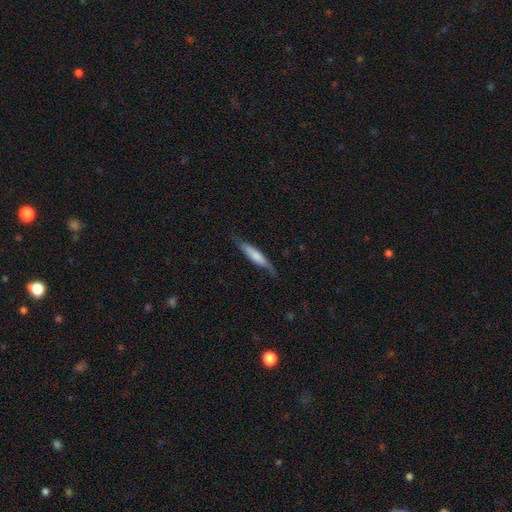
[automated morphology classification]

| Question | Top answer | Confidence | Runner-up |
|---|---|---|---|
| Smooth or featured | smooth | 59% | featured or disk (35%) |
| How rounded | cigar-shaped | 82% | in between (16%) |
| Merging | none | 66% | minor disturbance (25%) |